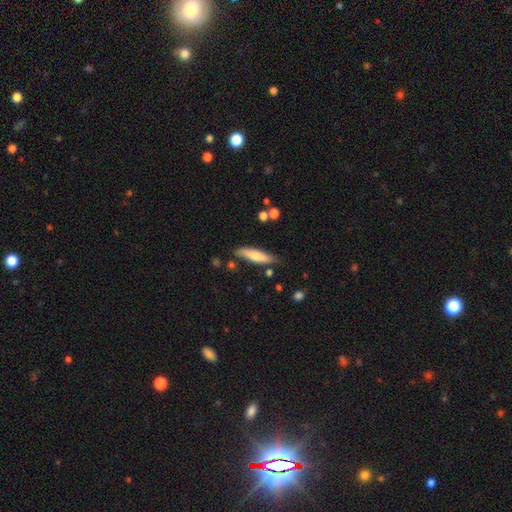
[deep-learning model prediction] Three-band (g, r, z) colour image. It shows a smooth galaxy with no disk features (69%) that is cigar-shaped (72%). Merging: none (76%).